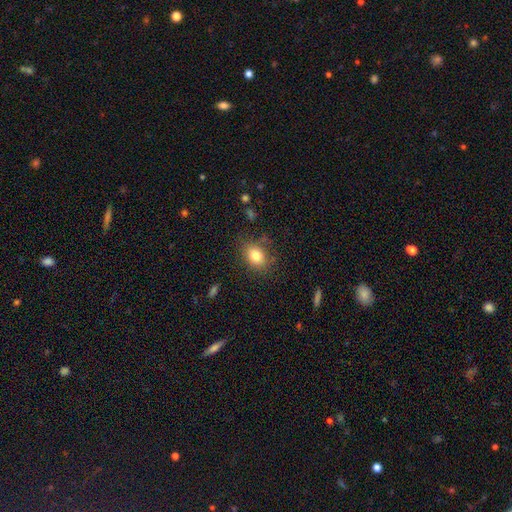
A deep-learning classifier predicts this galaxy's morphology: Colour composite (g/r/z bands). It shows a smooth galaxy with no disk features (81%) that is in between round and cigar-shaped (64%). Merging: none (80%).